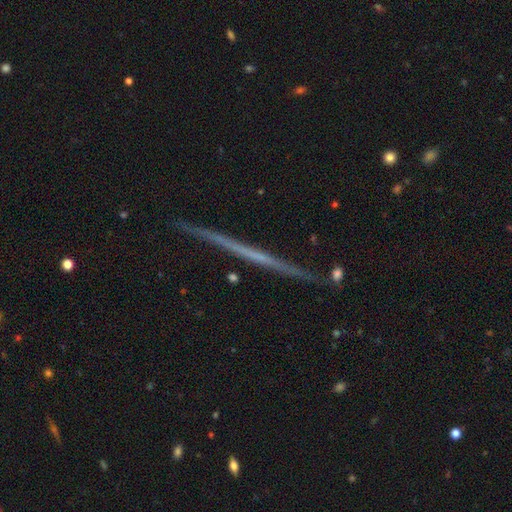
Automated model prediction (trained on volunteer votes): Morphology: type=featured or disk (71%); edge-on=yes (98%); edge-on bulge=none (88%); merging=none (91%).